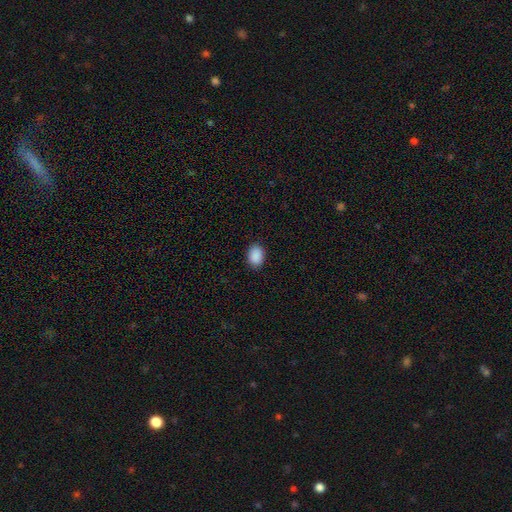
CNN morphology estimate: Smooth or featured: smooth — 90% (star or artifact — 8%)
How rounded: in between — 71% (round — 28%)
Merging: none — 88% (minor disturbance — 9%)